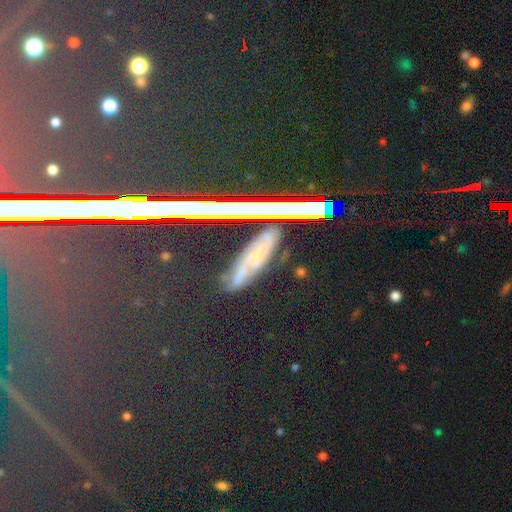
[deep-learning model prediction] Overall: star or artifact (52%; smooth 27%).